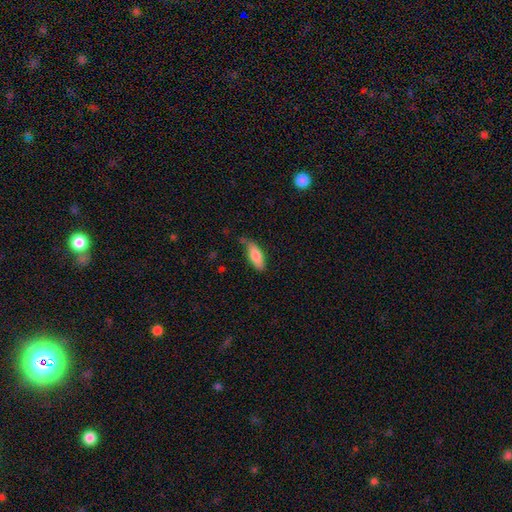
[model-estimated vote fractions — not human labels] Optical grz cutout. It shows a smooth galaxy with no disk features (80%) that is in between round and cigar-shaped (75%). Merging: none (63%).